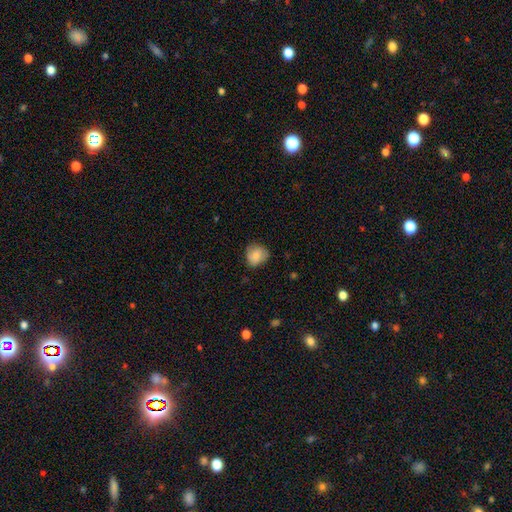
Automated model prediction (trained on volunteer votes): The model was most divided on "merging": none: 65%, minor disturbance: 27%, major disturbance: 7%, merger: 1%. More confident: smooth or featured — smooth (78%); how rounded — round (73%).